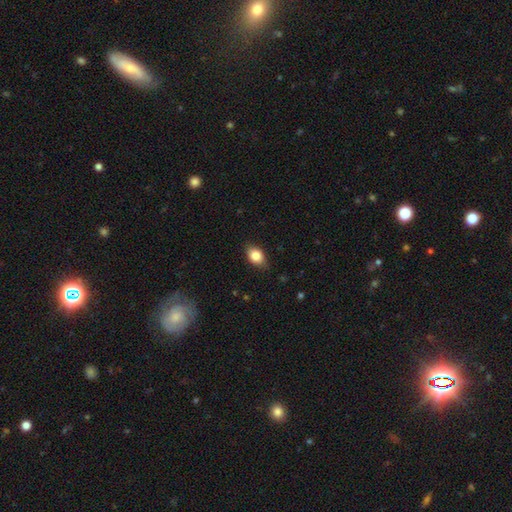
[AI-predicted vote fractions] Smooth or featured? Predicted: smooth (p=0.84). How rounded? Predicted: in between (p=0.80). Merging? Predicted: none (p=0.84).